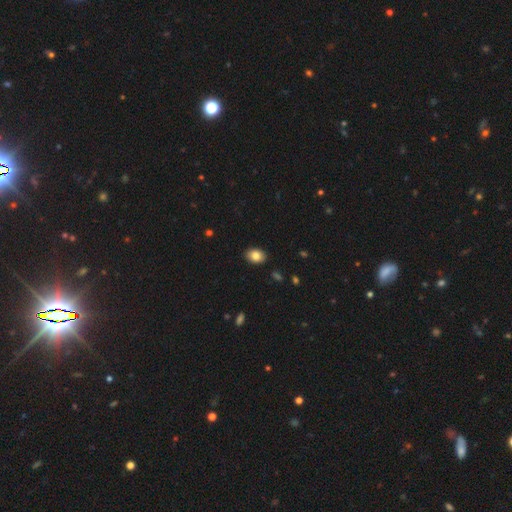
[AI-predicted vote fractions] Smooth or featured?
  - smooth: 84% *
  - star or artifact: 8%
  - featured or disk: 8%
How rounded?
  - in between: 81% *
  - round: 18%
  - cigar-shaped: 1%
Merging?
  - none: 89% *
  - minor disturbance: 8%
  - major disturbance: 2%
  - merger: 1%